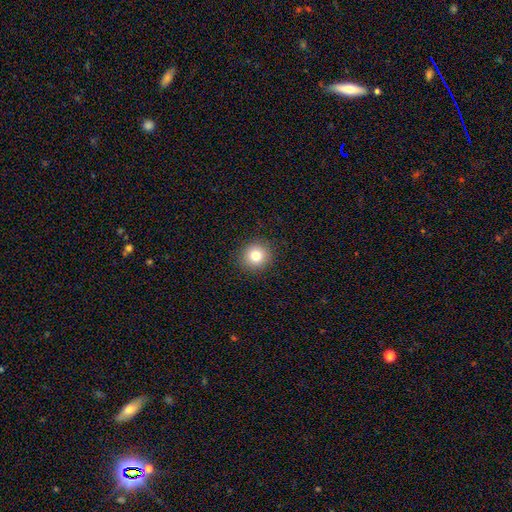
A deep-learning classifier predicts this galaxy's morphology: smooth 80%, star or artifact 12%, featured or disk 9%. Down the decision tree: how rounded — round (92%); merging — none (91%).